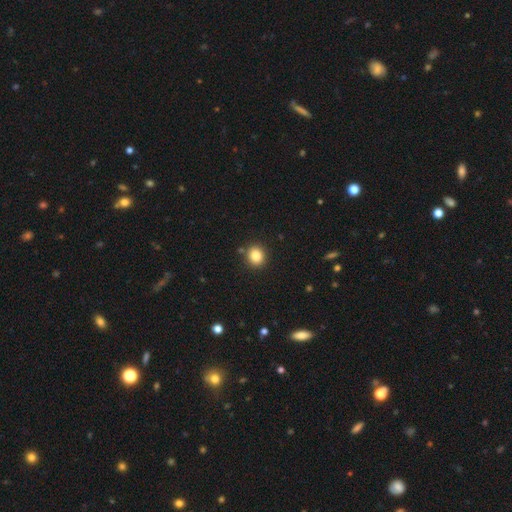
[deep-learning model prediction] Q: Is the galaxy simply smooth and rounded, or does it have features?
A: smooth — 84%.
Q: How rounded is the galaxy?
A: round — 83%.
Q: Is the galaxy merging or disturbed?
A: none — 87%.